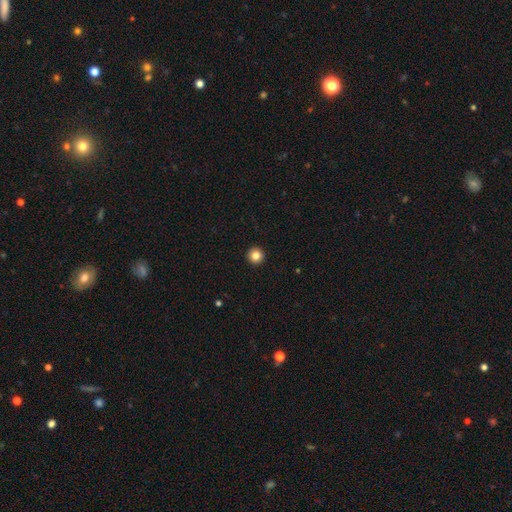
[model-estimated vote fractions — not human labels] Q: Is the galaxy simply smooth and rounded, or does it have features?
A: smooth — 84%.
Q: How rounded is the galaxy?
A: round — 96%.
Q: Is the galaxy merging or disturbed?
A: none — 94%.